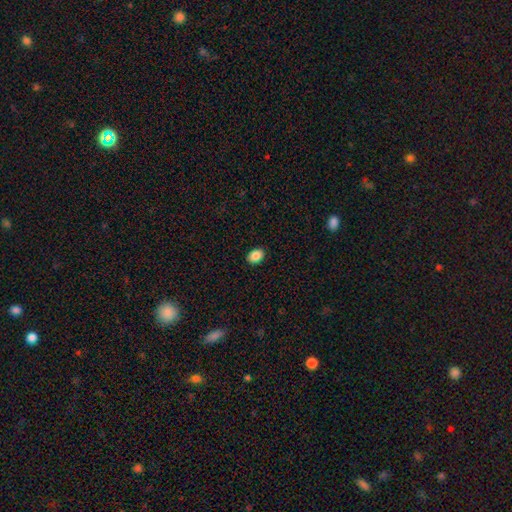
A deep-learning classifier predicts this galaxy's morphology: Smooth or featured? Predicted: smooth (p=0.87). How rounded? Predicted: in between (p=0.73). Merging? Predicted: none (p=0.90).